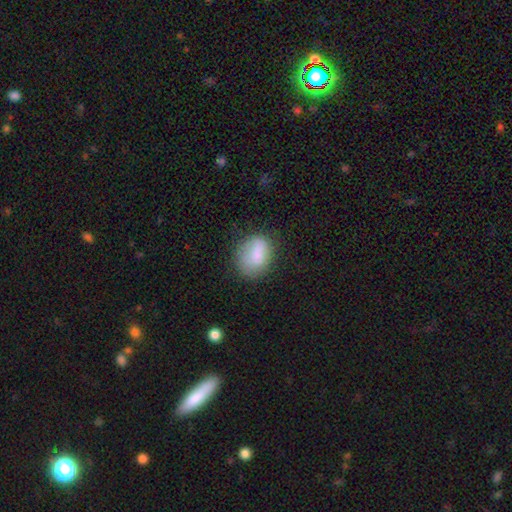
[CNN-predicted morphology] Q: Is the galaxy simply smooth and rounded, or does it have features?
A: smooth — 77%.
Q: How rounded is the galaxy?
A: in between — 65%.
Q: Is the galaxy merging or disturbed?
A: none — 63%.